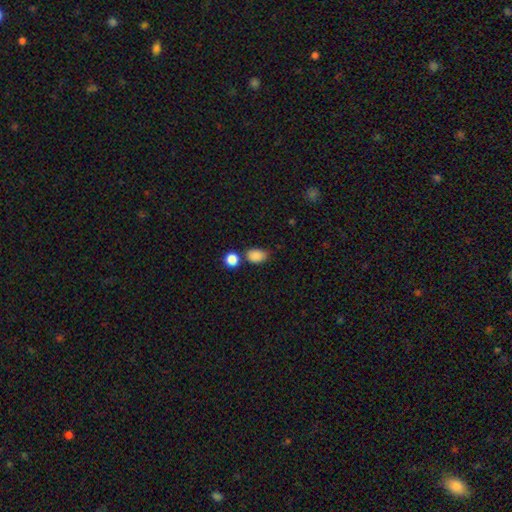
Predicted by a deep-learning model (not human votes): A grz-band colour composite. It shows a smooth galaxy with no disk features (86%) that is in between round and cigar-shaped (79%). Merging: none (65%).